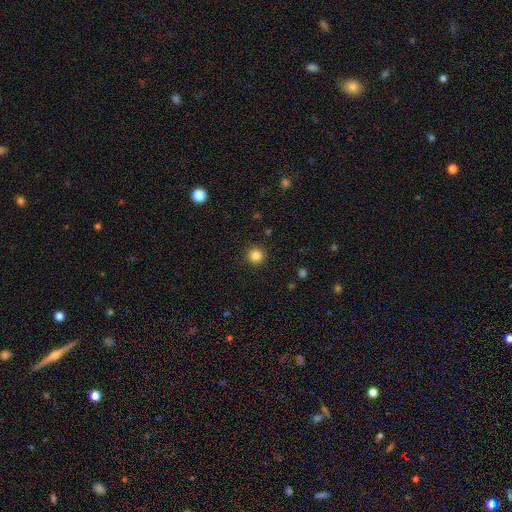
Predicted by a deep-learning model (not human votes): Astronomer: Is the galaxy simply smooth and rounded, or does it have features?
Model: smooth — 85%.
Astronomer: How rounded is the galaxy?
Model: round — 95%.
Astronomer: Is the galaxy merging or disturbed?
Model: none — 92%.